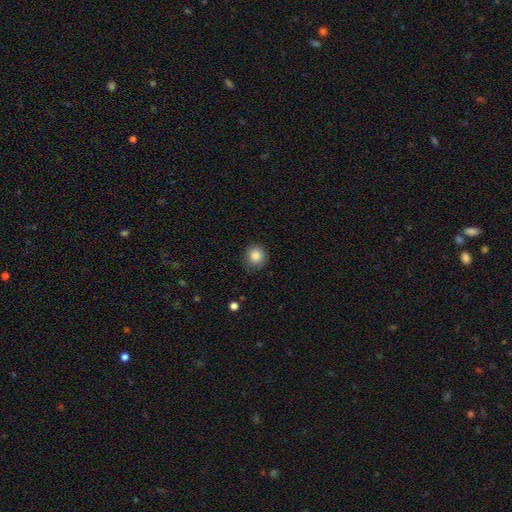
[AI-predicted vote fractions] smooth 86%, star or artifact 10%, featured or disk 5%. Down the decision tree: how rounded — round (88%); merging — none (82%).